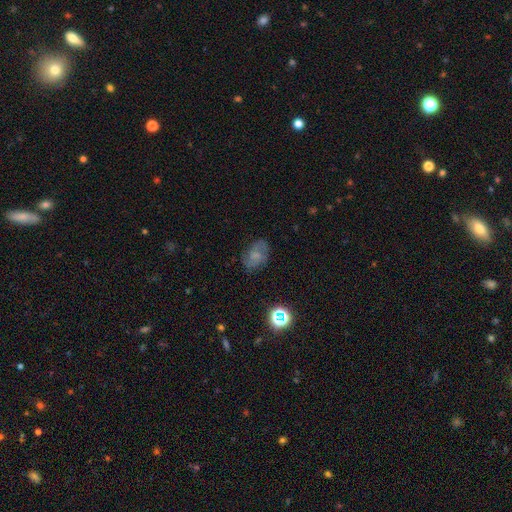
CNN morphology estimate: type=featured or disk (46%); merging=none (70%).